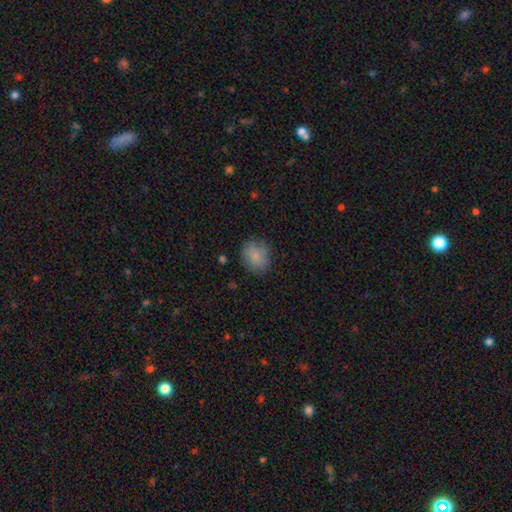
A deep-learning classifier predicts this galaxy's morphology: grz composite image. It shows a smooth galaxy with no disk features (84%) that is round (67%). Merging: none (81%).